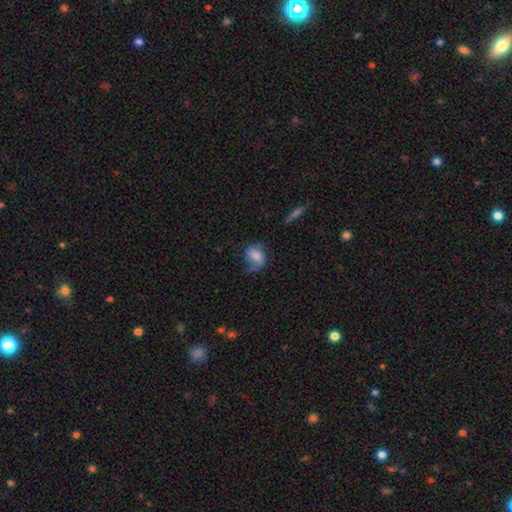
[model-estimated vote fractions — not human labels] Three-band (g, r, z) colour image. It shows a smooth galaxy with no disk features (53%) that is in between round and cigar-shaped (58%). Merging: none (46%).